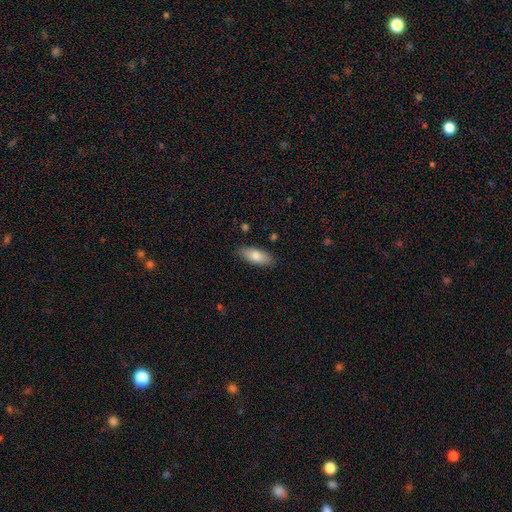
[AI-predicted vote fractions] Q: Smooth or featured?
A: smooth (81%); runner-up: featured or disk (13%)
Q: How rounded?
A: in between (79%); runner-up: cigar-shaped (19%)
Q: Merging?
A: none (86%); runner-up: minor disturbance (11%)